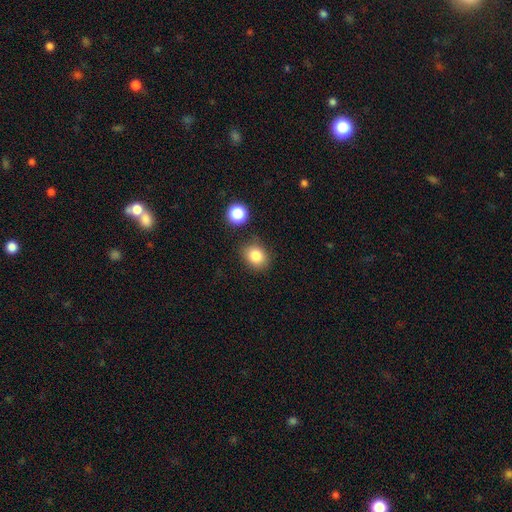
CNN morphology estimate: This appears to be a smooth galaxy with no disk features (83%) that is round (53%). Merging: none (79%).